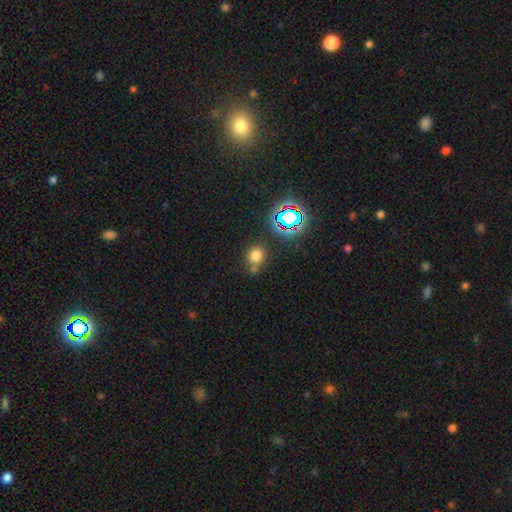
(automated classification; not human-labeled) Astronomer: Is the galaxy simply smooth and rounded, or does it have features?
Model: smooth — 70%.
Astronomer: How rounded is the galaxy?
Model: round — 70%.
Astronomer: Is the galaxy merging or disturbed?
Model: none — 63%.